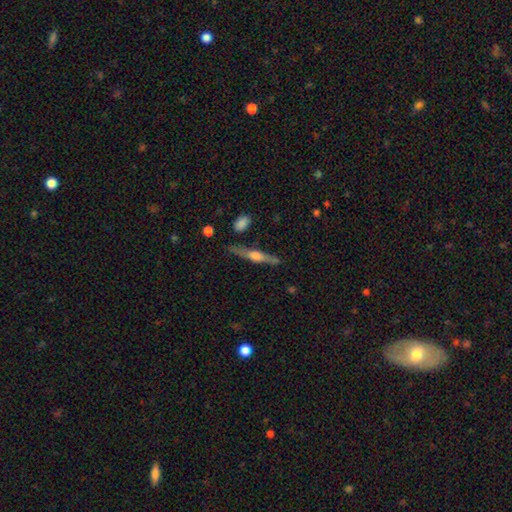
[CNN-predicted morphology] A featured or disk galaxy (71%) viewed edge-on (97%) with a rounded central bulge (81%). Merging: none (83%).